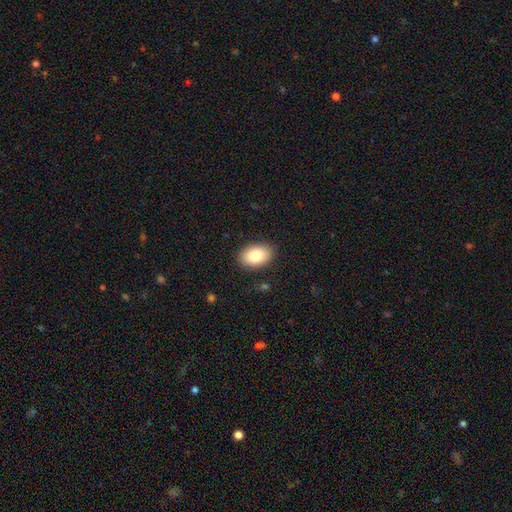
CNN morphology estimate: Smooth or featured? Predicted: smooth (p=0.83). How rounded? Predicted: in between (p=0.88). Merging? Predicted: none (p=0.87).